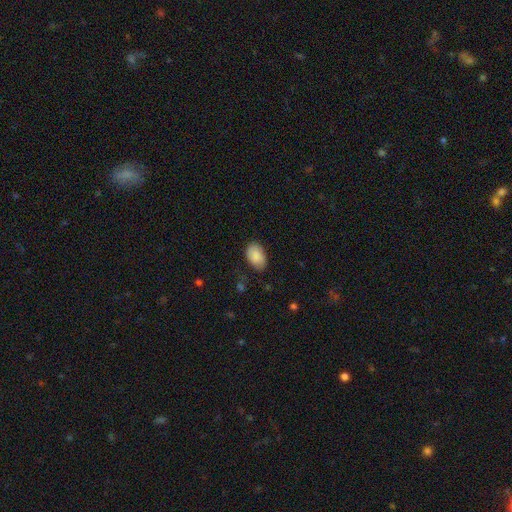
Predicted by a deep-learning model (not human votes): Smooth or featured?
  - smooth: 85% *
  - featured or disk: 9%
  - star or artifact: 7%
How rounded?
  - in between: 91% *
  - round: 8%
  - cigar-shaped: 1%
Merging?
  - none: 78% *
  - minor disturbance: 17%
  - major disturbance: 4%
  - merger: 1%